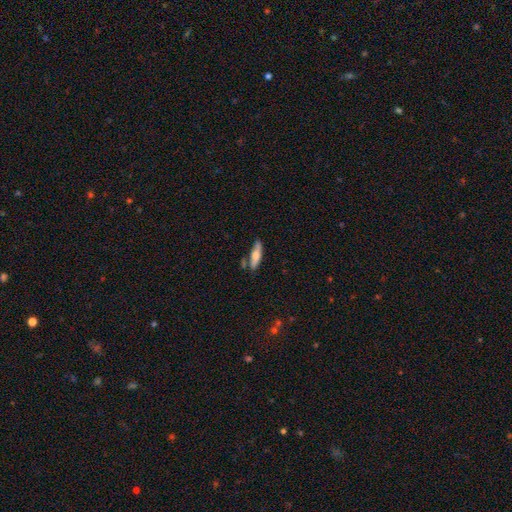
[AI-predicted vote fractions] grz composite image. It shows a smooth galaxy with no disk features (59%) that is cigar-shaped (66%). Merging: none (69%).